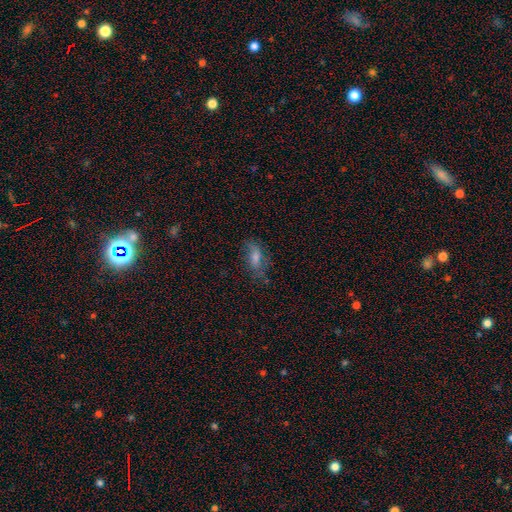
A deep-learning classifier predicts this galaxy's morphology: Smooth or featured? Predicted: smooth (p=0.38, tied with featured or disk). Merging? Predicted: none (p=0.70).